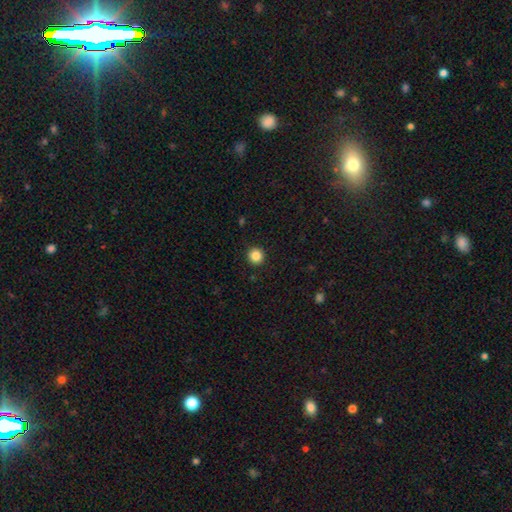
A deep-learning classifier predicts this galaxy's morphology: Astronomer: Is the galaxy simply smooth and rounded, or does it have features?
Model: smooth — 86%.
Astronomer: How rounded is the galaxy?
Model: round — 95%.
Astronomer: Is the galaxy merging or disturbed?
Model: none — 93%.